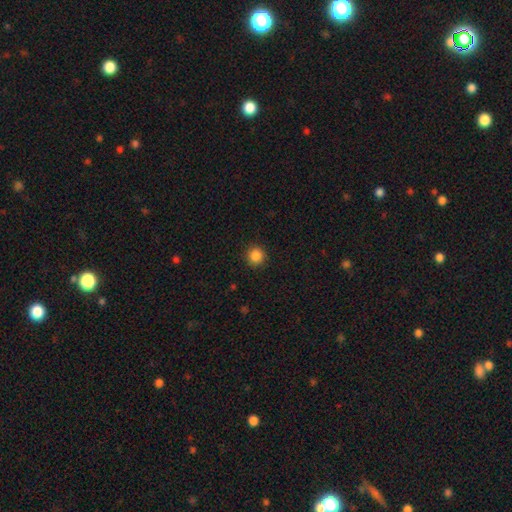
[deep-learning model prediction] A smooth galaxy with no disk features (86%) that is round (94%).

Vote fractions:
- Smooth or featured? smooth: 86% / star or artifact: 11% / featured or disk: 3%
- How rounded? round: 94% / in between: 5% / cigar-shaped: 1%
- Merging? none: 91% / minor disturbance: 6% / major disturbance: 2% / merger: 1%